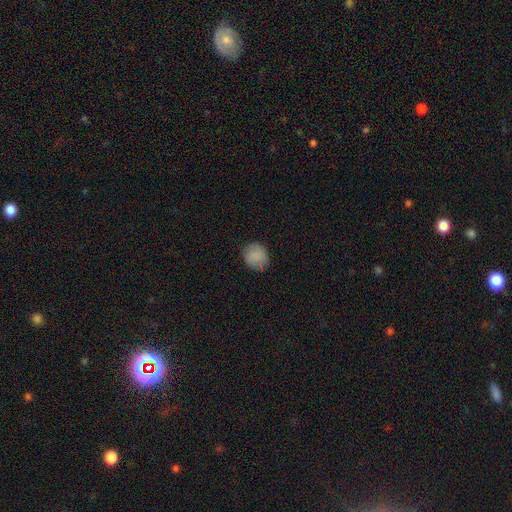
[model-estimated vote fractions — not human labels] smooth_or_featured: smooth (p=0.84) [alt: star or artifact p=0.08]
how_rounded: round (p=0.80) [alt: in between p=0.19]
merging: none (p=0.80) [alt: minor disturbance p=0.15]